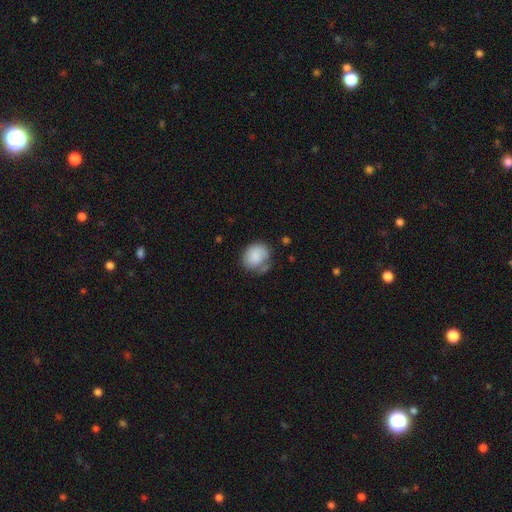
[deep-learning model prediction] Q: Smooth or featured?
A: smooth (80%); runner-up: featured or disk (13%)
Q: How rounded?
A: round (64%); runner-up: in between (35%)
Q: Merging?
A: none (52%); runner-up: minor disturbance (29%)